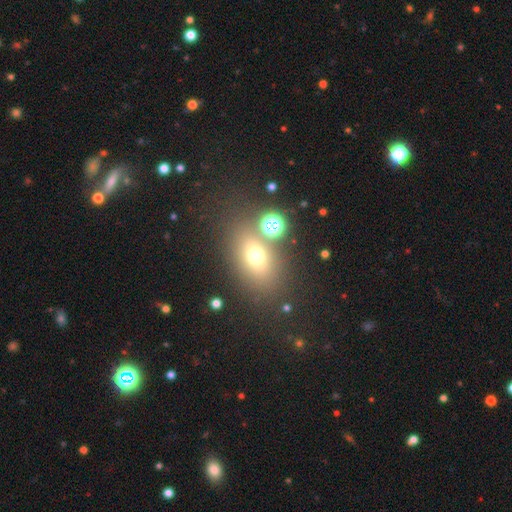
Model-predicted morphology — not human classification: The model was most divided on "how rounded": in between: 70%, round: 27%, cigar-shaped: 3%. More confident: merging — none (70%); smooth or featured — smooth (65%).